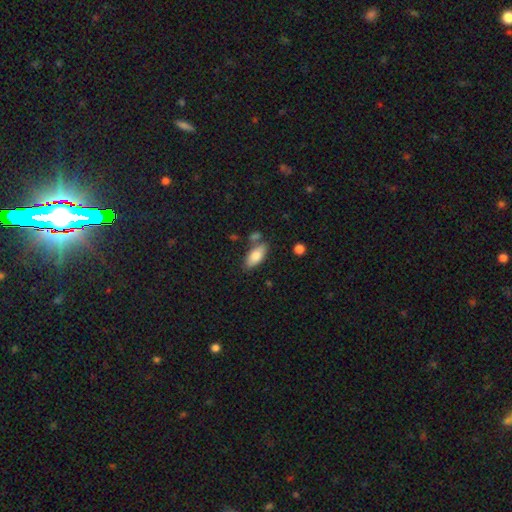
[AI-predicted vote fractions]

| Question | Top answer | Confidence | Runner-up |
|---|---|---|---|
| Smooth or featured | smooth | 81% | featured or disk (12%) |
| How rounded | in between | 84% | cigar-shaped (13%) |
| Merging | none | 70% | minor disturbance (15%) |